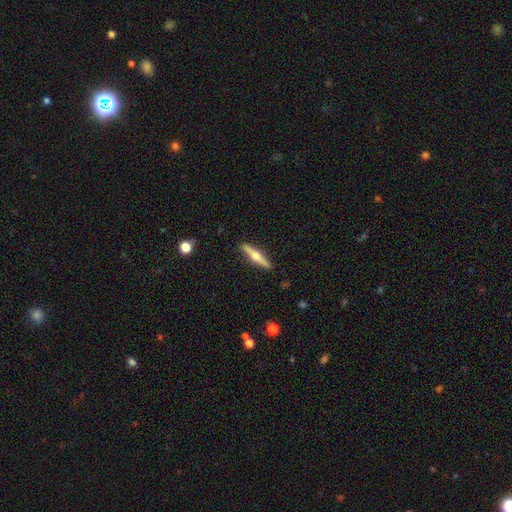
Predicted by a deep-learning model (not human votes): This appears to be a featured or disk galaxy (68%) viewed edge-on (97%) with a rounded central bulge (95%). Merging: none (91%).